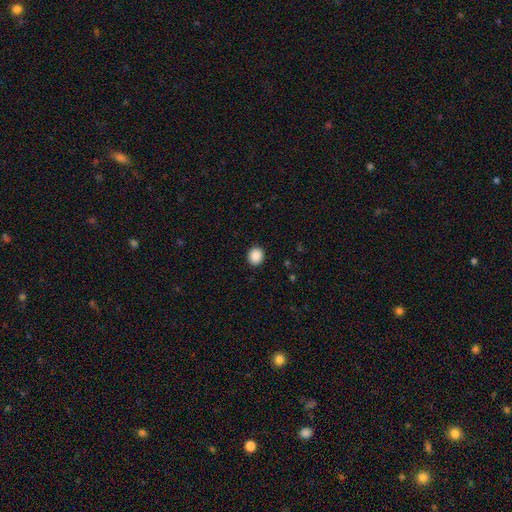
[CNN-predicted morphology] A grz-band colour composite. It shows a smooth galaxy with no disk features (89%) that is round (79%). Merging: none (91%).